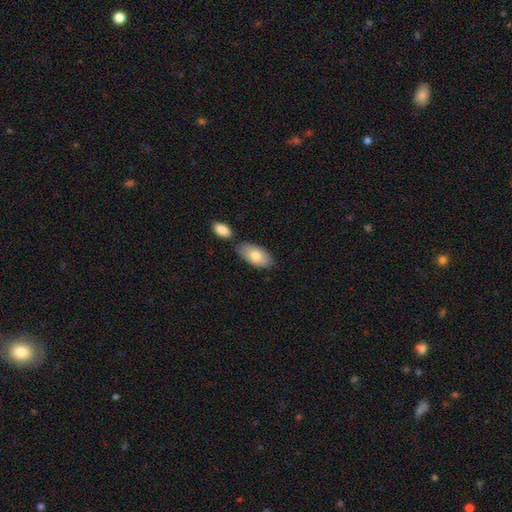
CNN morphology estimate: Overall: smooth (76%). How rounded: in between (94%). Merging: none (68%).